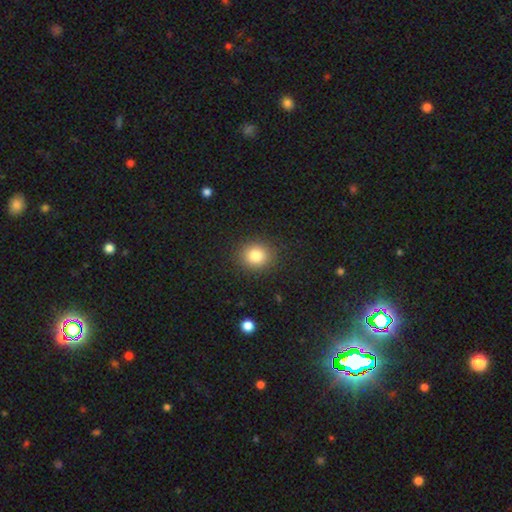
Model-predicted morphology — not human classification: smooth-or-featured: smooth: 82% | star or artifact: 11% | featured or disk: 7%
  how-rounded: round: 80% | in between: 19% | cigar-shaped: 1%
  merging: none: 89% | minor disturbance: 7% | major disturbance: 3% | merger: 1%